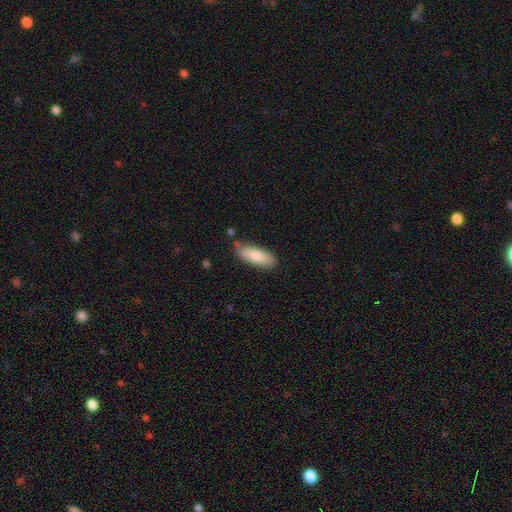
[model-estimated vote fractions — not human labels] Smooth or featured? smooth (82%)
How rounded? in between (62%)
Merging? none (79%)